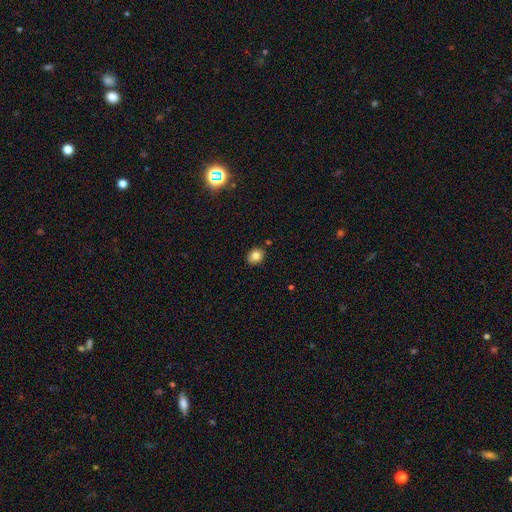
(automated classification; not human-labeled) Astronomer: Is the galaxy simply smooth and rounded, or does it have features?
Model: smooth — 82%.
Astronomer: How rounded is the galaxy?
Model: round — 53% (runner-up: in between, 46%).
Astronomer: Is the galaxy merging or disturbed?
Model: none — 86%.